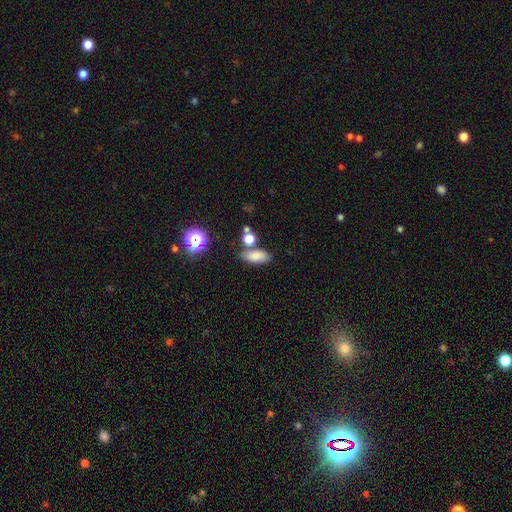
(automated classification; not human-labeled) This appears to be a smooth galaxy with no disk features (79%) that is in between round and cigar-shaped (79%). Merging: none (70%).